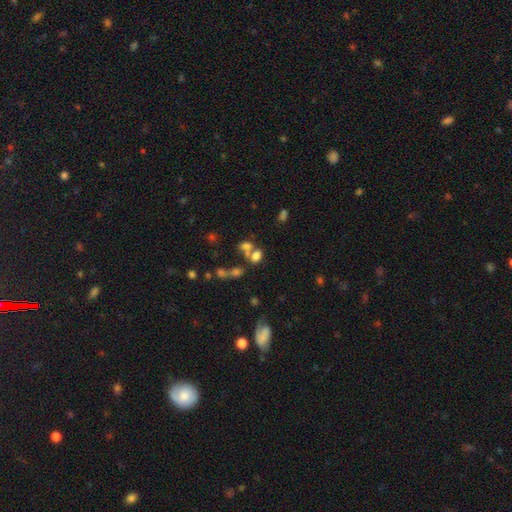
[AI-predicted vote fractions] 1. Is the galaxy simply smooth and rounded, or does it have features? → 67% smooth, 18% star or artifact, 15% featured or disk.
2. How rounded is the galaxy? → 74% in between, 24% round, 2% cigar-shaped.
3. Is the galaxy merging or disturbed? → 46% merger, 35% none, 11% minor disturbance, 8% major disturbance.